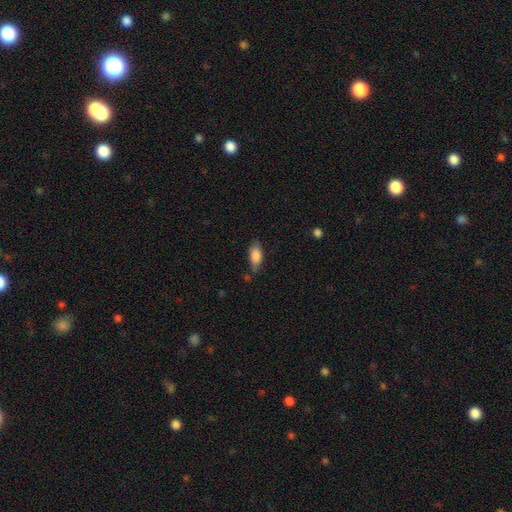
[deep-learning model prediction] Morphology: type=smooth (84%); roundness=in between (86%); merging=none (69%).